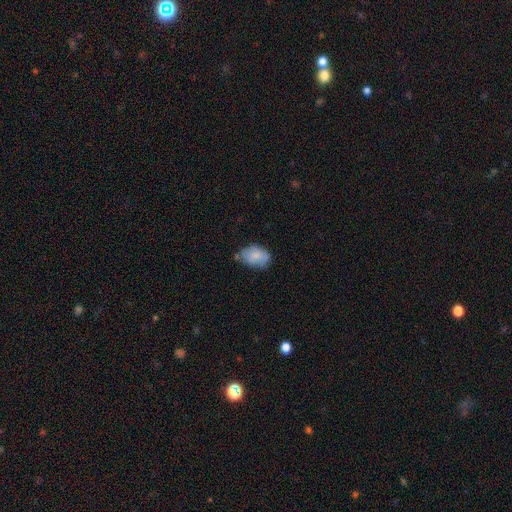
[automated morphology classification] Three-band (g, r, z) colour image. It shows a smooth galaxy with no disk features (77%) that is in between round and cigar-shaped (85%). Merging: none (57%).